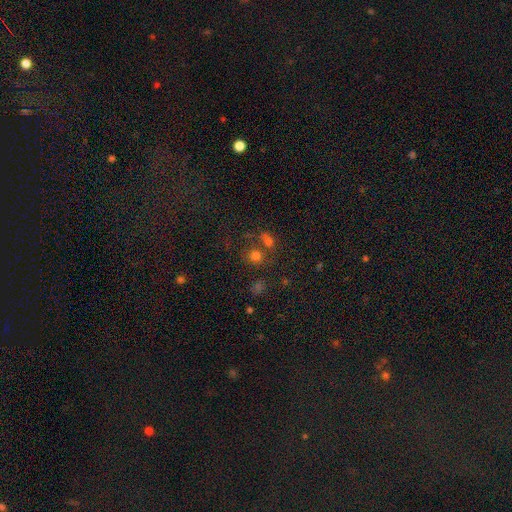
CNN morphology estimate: smooth-or-featured: smooth: 70% | star or artifact: 20% | featured or disk: 10%
  how-rounded: round: 83% | in between: 16% | cigar-shaped: 1%
  merging: none: 57% | merger: 29% | minor disturbance: 9% | major disturbance: 5%